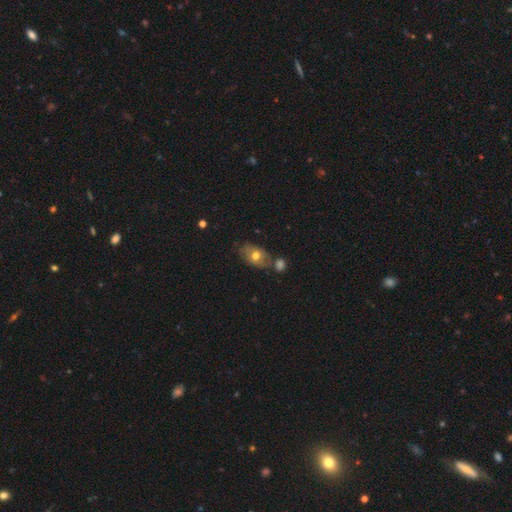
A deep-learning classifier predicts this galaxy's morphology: Smooth or featured: smooth — 66% (featured or disk — 25%)
How rounded: in between — 85% (round — 13%)
Merging: none — 56% (merger — 20%)